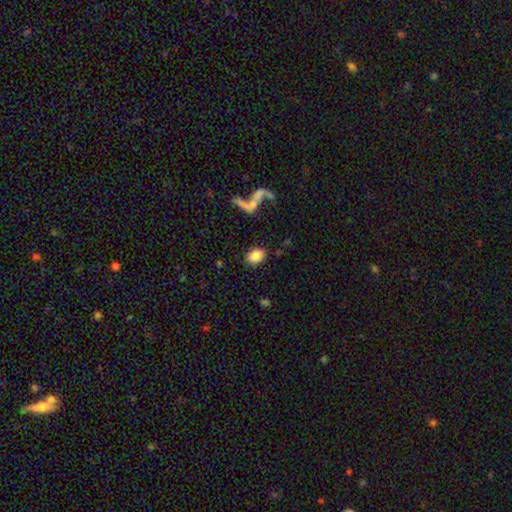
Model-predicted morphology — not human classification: smooth_or_featured: smooth (p=0.84) [alt: featured or disk p=0.09]
how_rounded: in between (p=0.78) [alt: round p=0.20]
merging: none (p=0.83) [alt: minor disturbance p=0.09]